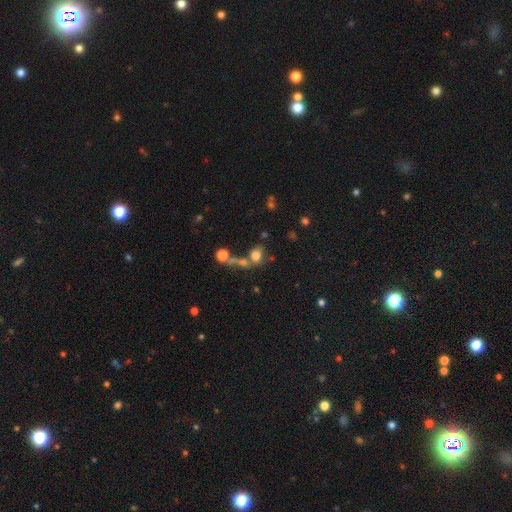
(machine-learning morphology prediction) This is likely a smooth galaxy (73%). How rounded: possibly round (51%). Merging: marginally none (43%).